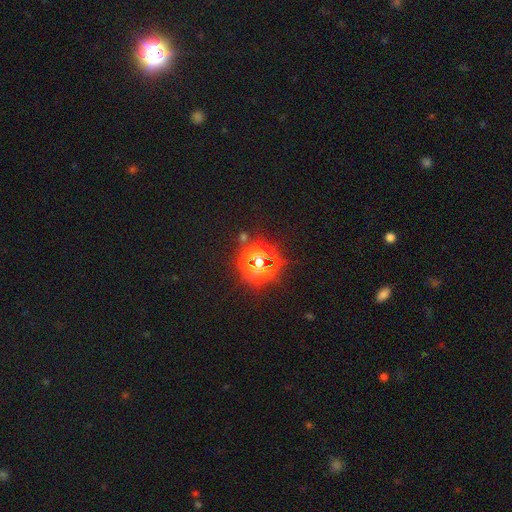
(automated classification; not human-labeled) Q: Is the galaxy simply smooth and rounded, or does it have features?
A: star or artifact — 75%.